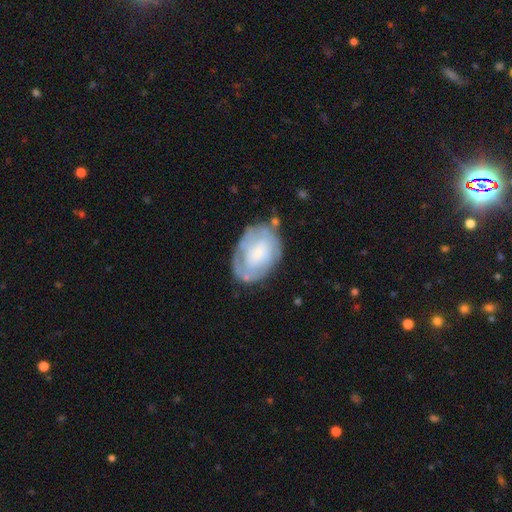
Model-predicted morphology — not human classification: This is possibly a featured or disk galaxy (59%). It is clearly not viewed edge-on (96%). Bar: likely no (69%). Spiral arm pattern: likely yes (70%). Central bulge: marginally small (41%). Merging: likely none (65%).